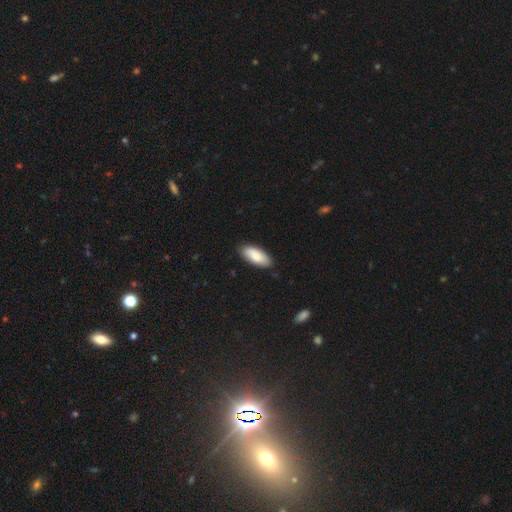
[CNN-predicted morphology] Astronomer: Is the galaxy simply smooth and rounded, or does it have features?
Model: smooth — 85%.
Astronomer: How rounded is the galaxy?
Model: in between — 85%.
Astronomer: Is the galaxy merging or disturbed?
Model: none — 86%.